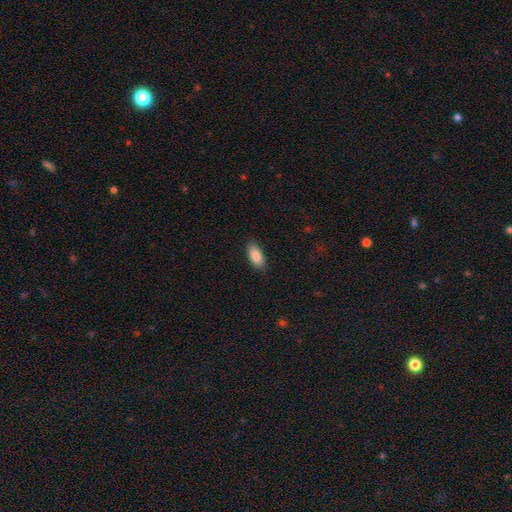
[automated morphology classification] This appears to be a smooth galaxy with no disk features (87%) that is in between round and cigar-shaped (90%). Merging: none (88%).